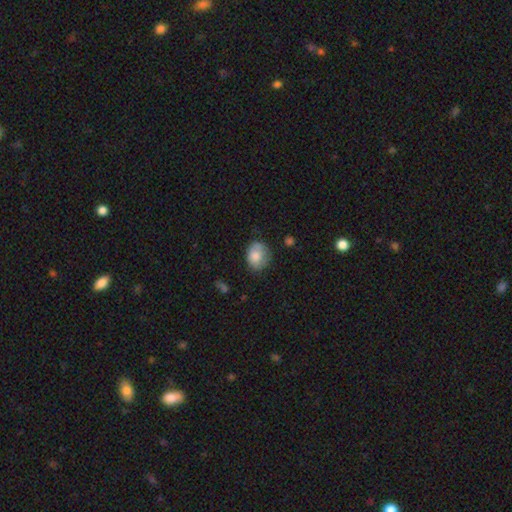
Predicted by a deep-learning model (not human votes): This is likely a smooth galaxy (80%). How rounded: possibly round (50%). Merging: likely none (62%).